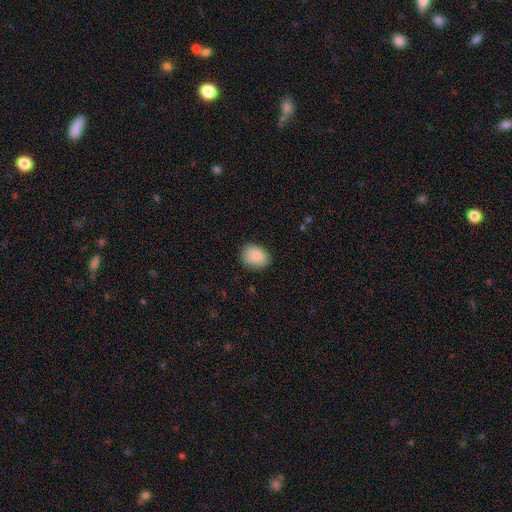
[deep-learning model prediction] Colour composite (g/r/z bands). It shows a smooth galaxy with no disk features (88%) that is in between round and cigar-shaped (57%). Merging: none (82%).